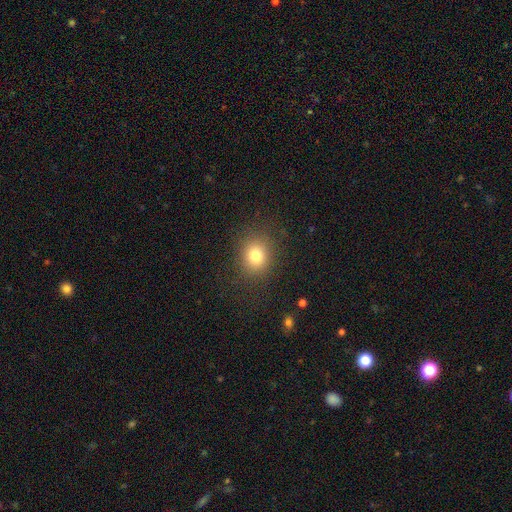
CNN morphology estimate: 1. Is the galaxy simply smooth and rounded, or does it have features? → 79% smooth, 13% star or artifact, 8% featured or disk.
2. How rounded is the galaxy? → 72% round, 27% in between, 1% cigar-shaped.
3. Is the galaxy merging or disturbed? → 86% none, 8% minor disturbance, 4% major disturbance, 1% merger.